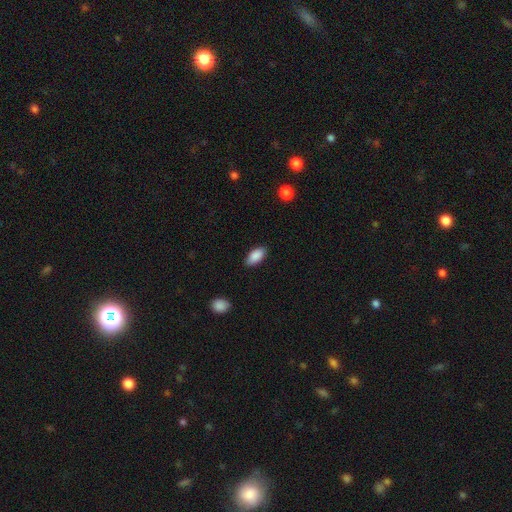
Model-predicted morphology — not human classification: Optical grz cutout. It shows a smooth galaxy with no disk features (89%) that is in between round and cigar-shaped (92%). Merging: none (85%).